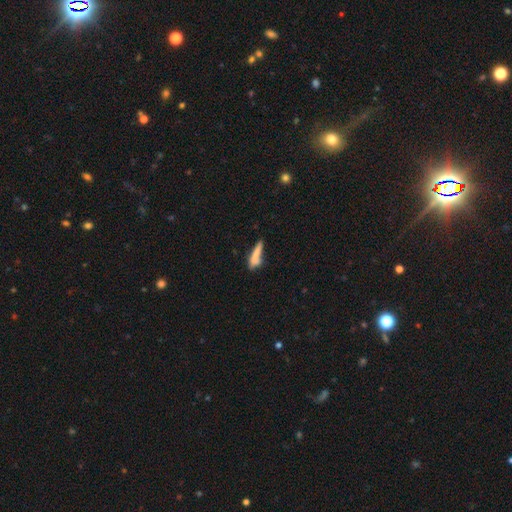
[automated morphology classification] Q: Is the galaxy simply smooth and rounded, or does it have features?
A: smooth — 73%.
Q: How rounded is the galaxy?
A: cigar-shaped — 80%.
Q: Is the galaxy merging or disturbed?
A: none — 48%.